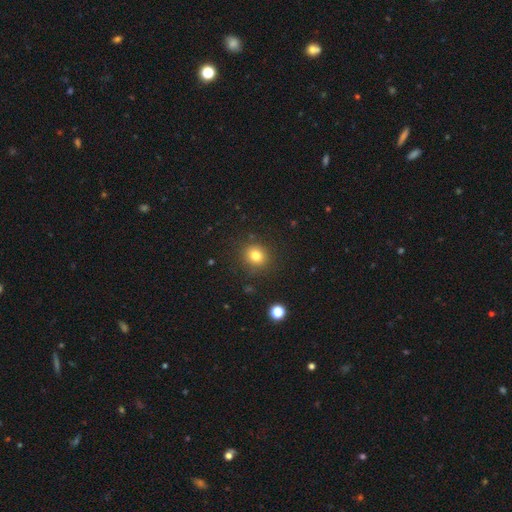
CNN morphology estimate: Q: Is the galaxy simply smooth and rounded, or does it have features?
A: smooth — 80%.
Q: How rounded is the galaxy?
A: round — 83%.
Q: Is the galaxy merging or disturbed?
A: none — 86%.